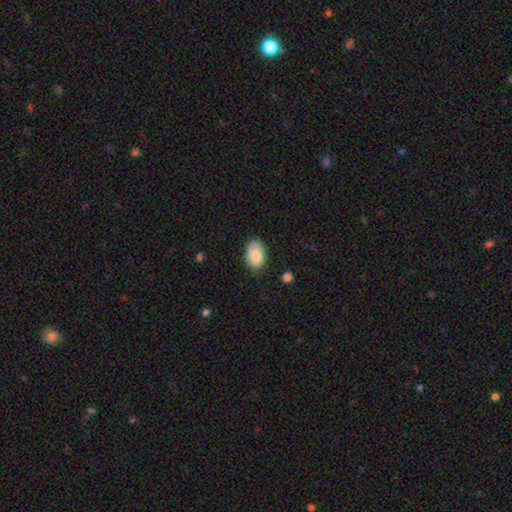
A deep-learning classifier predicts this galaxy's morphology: smooth_or_featured: smooth (p=0.82) [alt: featured or disk p=0.12]
how_rounded: in between (p=0.91) [alt: round p=0.08]
merging: none (p=0.74) [alt: minor disturbance p=0.21]